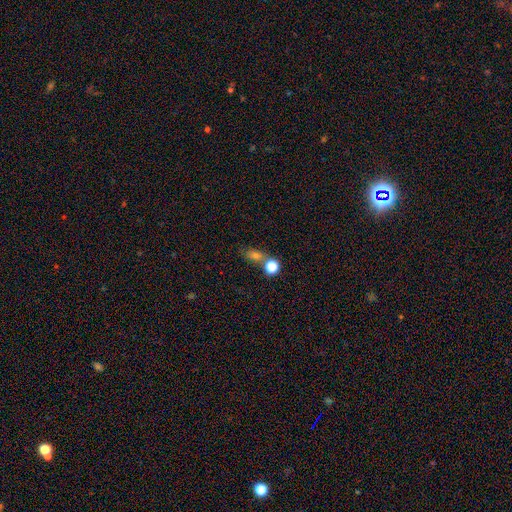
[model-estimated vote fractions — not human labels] smooth 66%, star or artifact 21%, featured or disk 13%. Down the decision tree: how rounded — in between (56%); merging — none (55%).